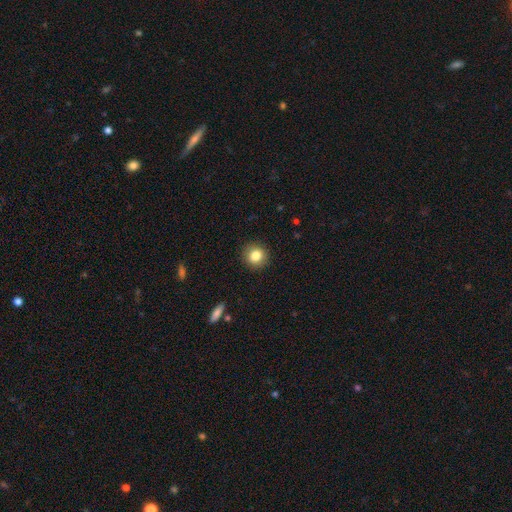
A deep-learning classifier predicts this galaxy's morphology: This is clearly a smooth galaxy (83%). How rounded: clearly round (90%). Merging: clearly none (91%).